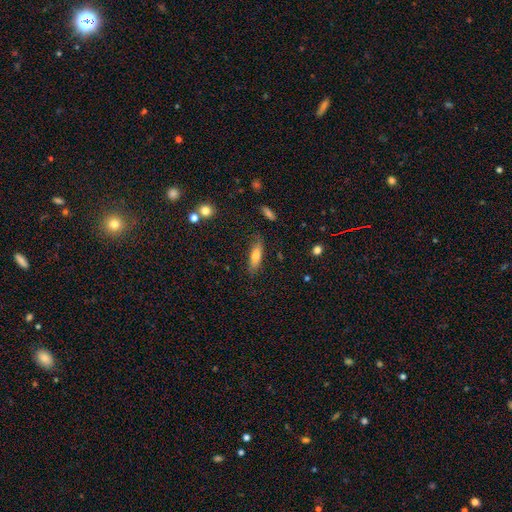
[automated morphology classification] Smooth or featured: smooth — 73% (featured or disk — 19%)
How rounded: in between — 50% (cigar-shaped — 48%)
Merging: none — 81% (minor disturbance — 14%)